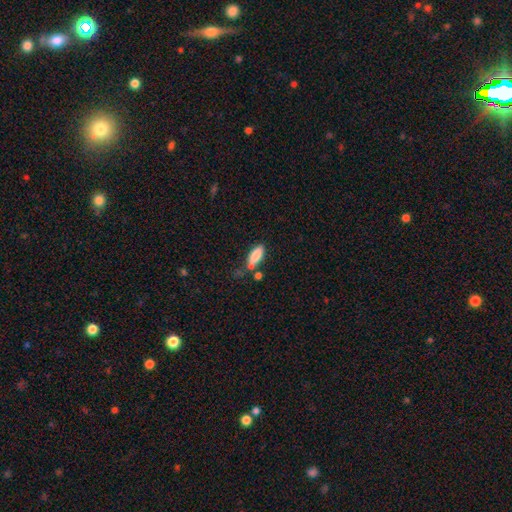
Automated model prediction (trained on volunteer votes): Smooth or featured: smooth — 81% (featured or disk — 12%)
How rounded: in between — 74% (cigar-shaped — 23%)
Merging: none — 46% (minor disturbance — 23%)